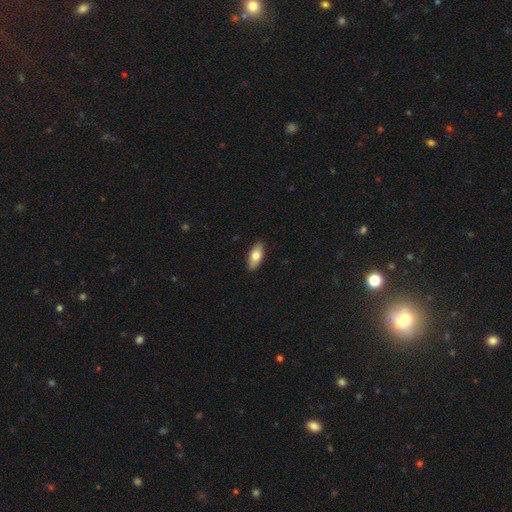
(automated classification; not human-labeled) Morphology: type=smooth (74%); roundness=in between (86%); merging=none (89%).